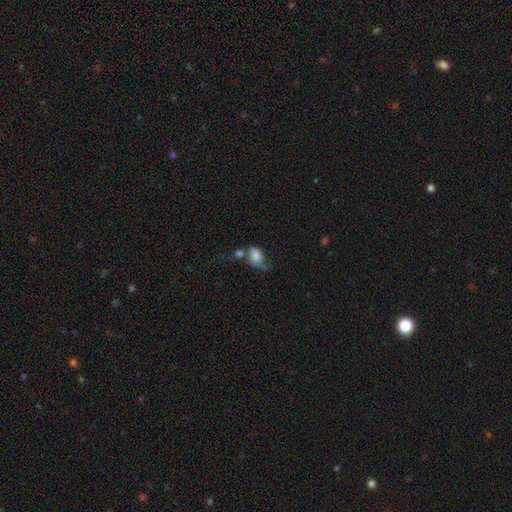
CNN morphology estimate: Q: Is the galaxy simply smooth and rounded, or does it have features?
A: smooth — 65%.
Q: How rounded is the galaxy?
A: in between — 70%.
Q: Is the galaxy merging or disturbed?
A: major disturbance — 27%.